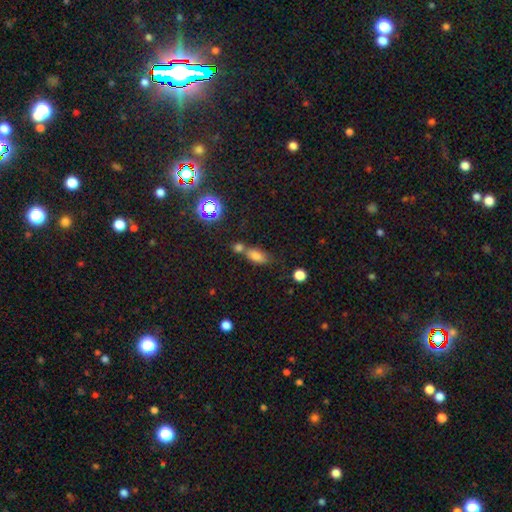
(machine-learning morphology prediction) The model was most divided on "merging": none: 43%, merger: 36%, minor disturbance: 15%, major disturbance: 6%. More confident: how rounded — in between (82%); smooth or featured — smooth (76%).